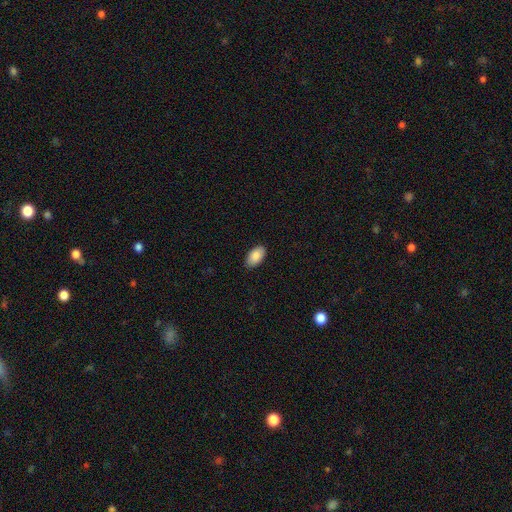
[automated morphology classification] A smooth galaxy with no disk features (89%) that is in between round and cigar-shaped (95%). Merging: none (87%).